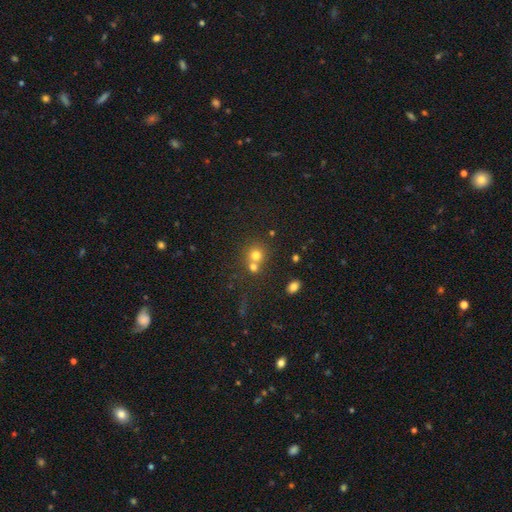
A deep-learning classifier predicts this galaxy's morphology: Smooth or featured: smooth — 73% (star or artifact — 16%)
How rounded: round — 86% (in between — 13%)
Merging: none — 47% (merger — 43%)